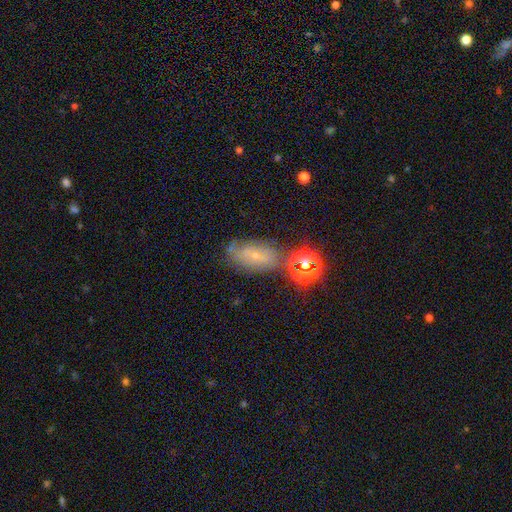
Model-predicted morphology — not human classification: Overall: smooth (41%; featured or disk 40%). Merging: none (57%; minor disturbance 23%).